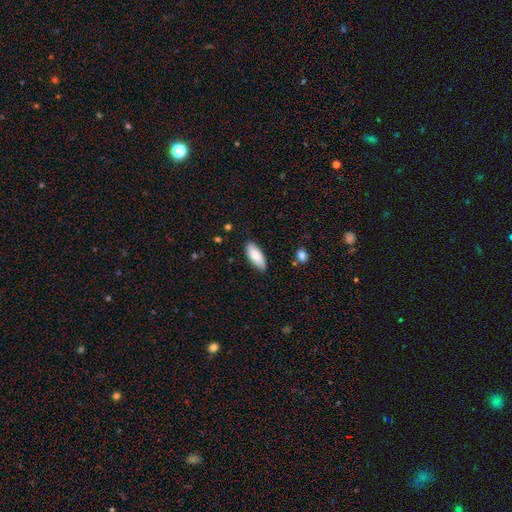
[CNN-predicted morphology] Smooth or featured: smooth — 80% (featured or disk — 14%)
How rounded: in between — 80% (cigar-shaped — 18%)
Merging: none — 84% (minor disturbance — 13%)